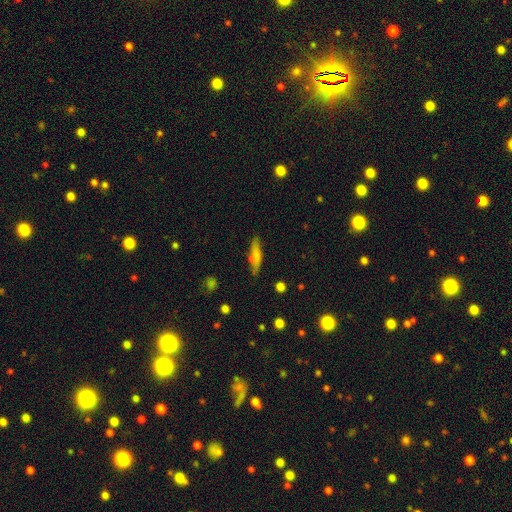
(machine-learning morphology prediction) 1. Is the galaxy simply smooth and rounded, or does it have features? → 70% smooth, 24% featured or disk, 7% star or artifact.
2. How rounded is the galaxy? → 67% cigar-shaped, 31% in between, 2% round.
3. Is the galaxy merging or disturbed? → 75% none, 18% minor disturbance, 4% major disturbance, 3% merger.